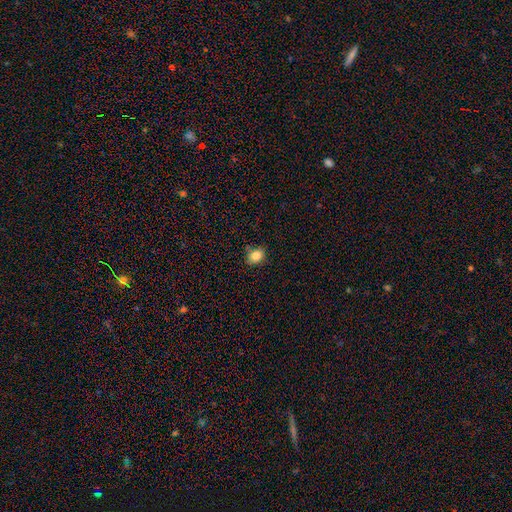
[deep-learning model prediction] Smooth or featured? smooth (84%)
How rounded? in between (52%)
Merging? none (80%)